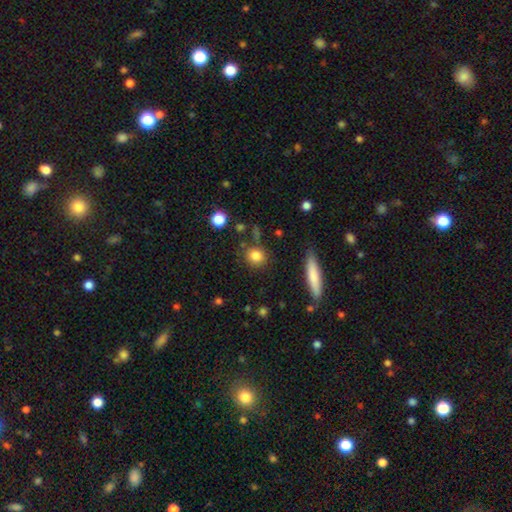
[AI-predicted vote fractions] Q: Smooth or featured?
A: smooth (82%); runner-up: star or artifact (10%)
Q: How rounded?
A: round (80%); runner-up: in between (17%)
Q: Merging?
A: none (79%); runner-up: minor disturbance (12%)